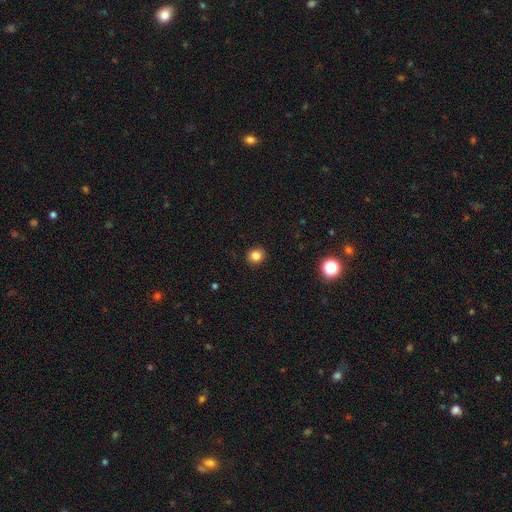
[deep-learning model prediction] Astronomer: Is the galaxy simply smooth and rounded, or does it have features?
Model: smooth — 84%.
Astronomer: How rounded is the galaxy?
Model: round — 87%.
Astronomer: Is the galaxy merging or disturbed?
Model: none — 92%.